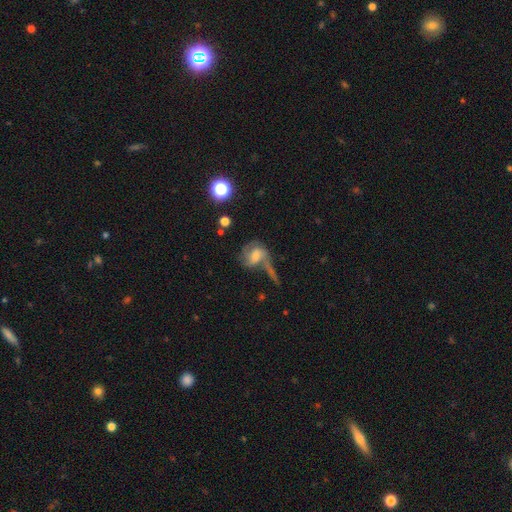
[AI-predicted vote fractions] featured or disk 55%, smooth 35%, star or artifact 11%. Down the decision tree: edge-on disk — no (95%); bar — no (44%); spiral arms — yes (78%); bulge size — moderate (42%); merging — none (34%).